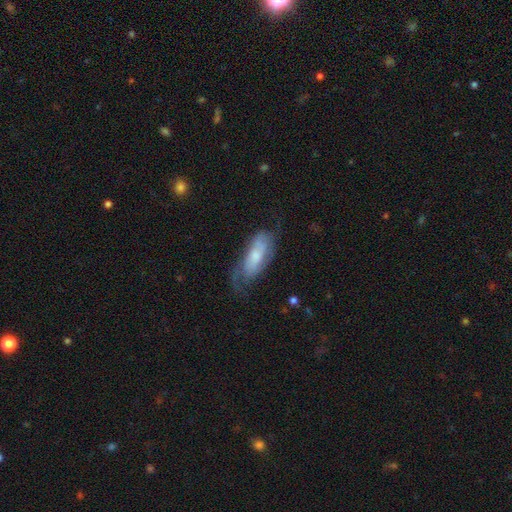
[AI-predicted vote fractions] The model was most divided on "smooth or featured": featured or disk: 53%, smooth: 40%, star or artifact: 7%. Remaining: edge-on disk — no (84%); merging — none (48%).